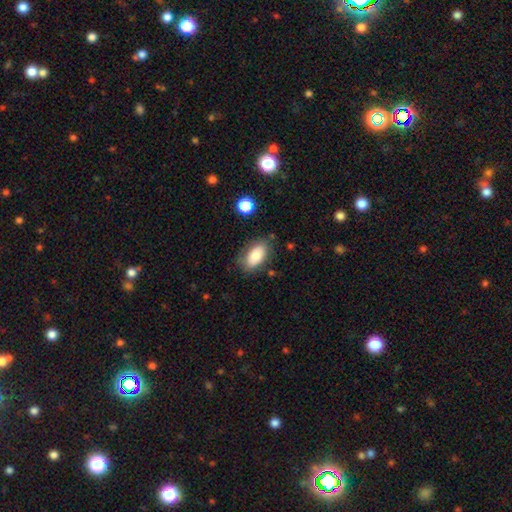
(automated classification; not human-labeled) smooth-or-featured: smooth: 78% | featured or disk: 14% | star or artifact: 7%
  how-rounded: in between: 92% | round: 5% | cigar-shaped: 3%
  merging: none: 76% | minor disturbance: 17% | major disturbance: 5% | merger: 3%